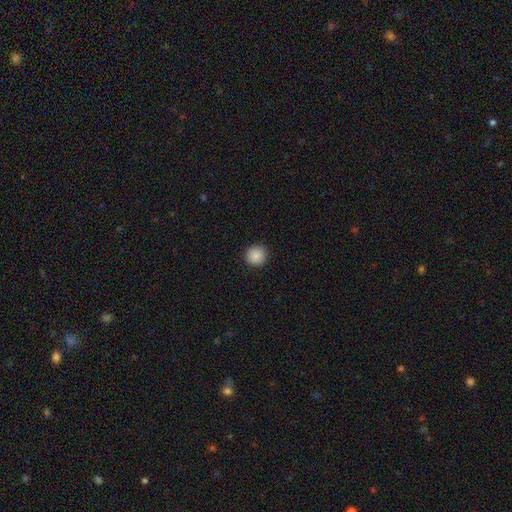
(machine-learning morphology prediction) Q: Smooth or featured?
A: smooth (87%); runner-up: star or artifact (9%)
Q: How rounded?
A: round (94%); runner-up: in between (5%)
Q: Merging?
A: none (92%); runner-up: minor disturbance (5%)